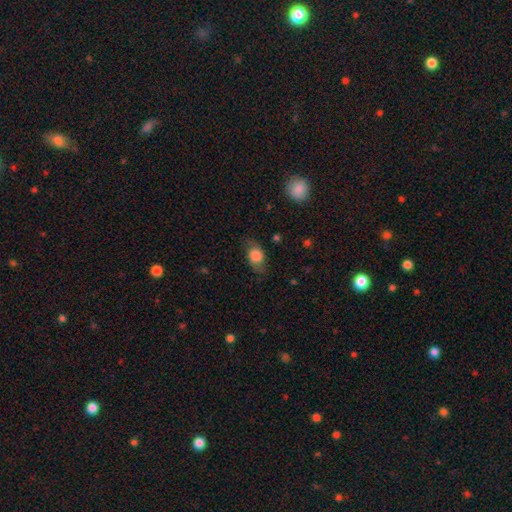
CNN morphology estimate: Overall: smooth (74%). How rounded: in between (74%). Merging: none (70%).